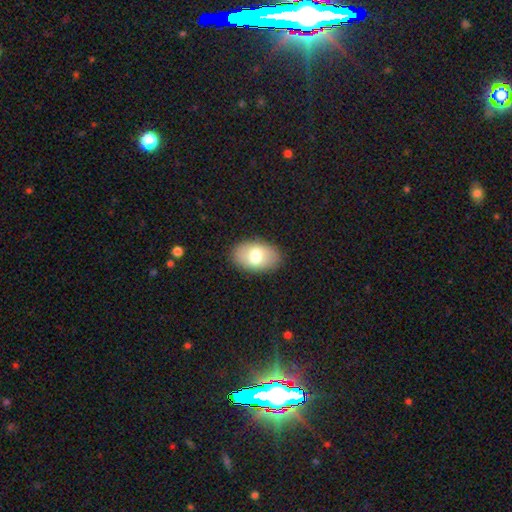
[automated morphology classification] A smooth galaxy with no disk features (72%) that is in between round and cigar-shaped (90%).

Vote fractions:
- Smooth or featured? smooth: 72% / featured or disk: 21% / star or artifact: 7%
- How rounded? in between: 90% / round: 8% / cigar-shaped: 1%
- Merging? none: 88% / minor disturbance: 9% / major disturbance: 3% / merger: 1%